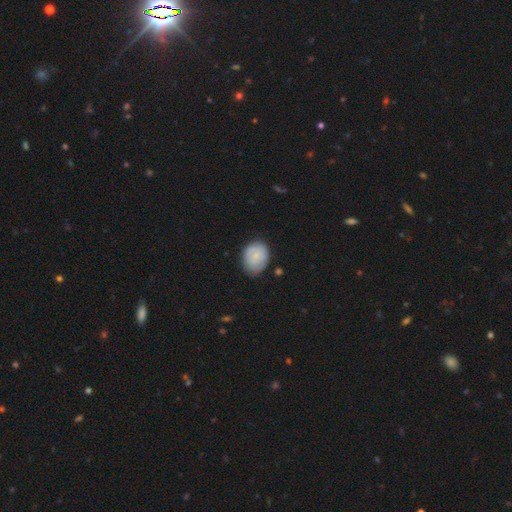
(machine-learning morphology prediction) Overall: smooth (56%; featured or disk 38%). How rounded: in between (55%; round 44%). Merging: none (71%).